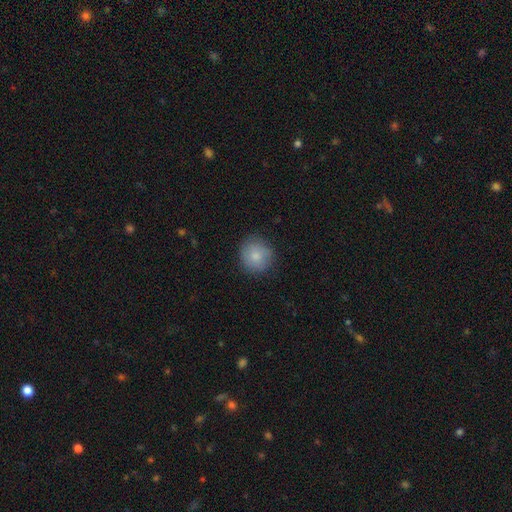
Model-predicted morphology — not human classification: Smooth or featured?
  - smooth: 84% *
  - featured or disk: 9%
  - star or artifact: 7%
How rounded?
  - round: 89% *
  - in between: 10%
  - cigar-shaped: 1%
Merging?
  - none: 83% *
  - minor disturbance: 13%
  - major disturbance: 3%
  - merger: 1%